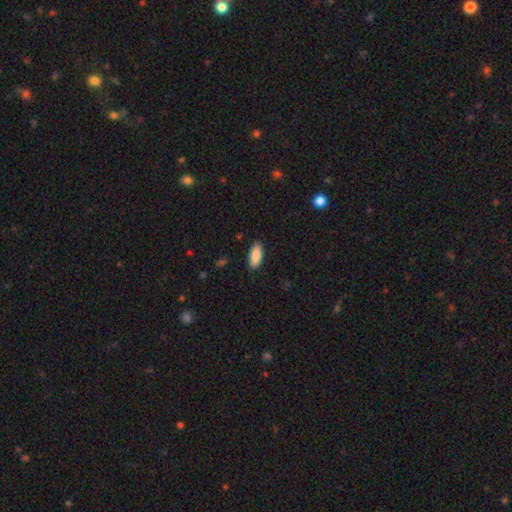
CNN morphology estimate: type=smooth (87%); roundness=in between (81%); merging=none (89%).